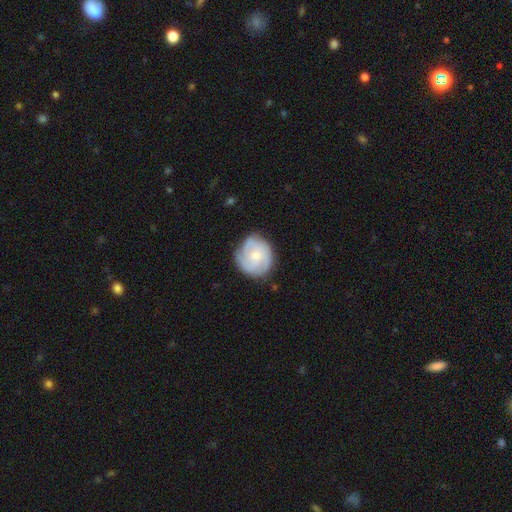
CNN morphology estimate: featured or disk 67%, smooth 27%, star or artifact 6%. Down the decision tree: edge-on disk — no (98%); bar — no (79%); spiral arms — yes (89%); spiral arm count — 3 (32%); spiral winding — tight (63%); bulge size — small (61%); merging — none (74%).